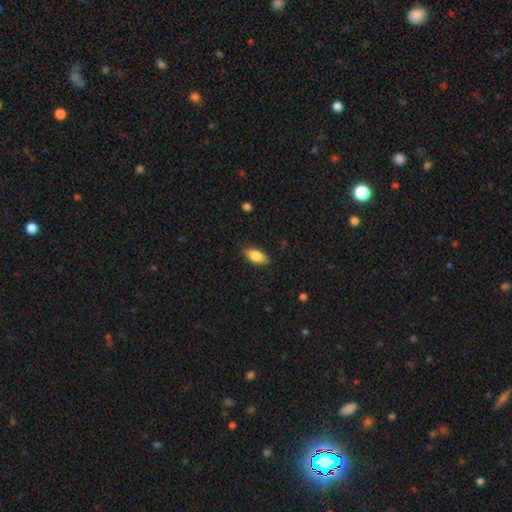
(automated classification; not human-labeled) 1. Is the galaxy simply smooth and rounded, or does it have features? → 84% smooth, 9% featured or disk, 7% star or artifact.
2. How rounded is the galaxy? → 88% in between, 9% cigar-shaped, 3% round.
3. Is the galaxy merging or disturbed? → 85% none, 12% minor disturbance, 2% major disturbance, 1% merger.